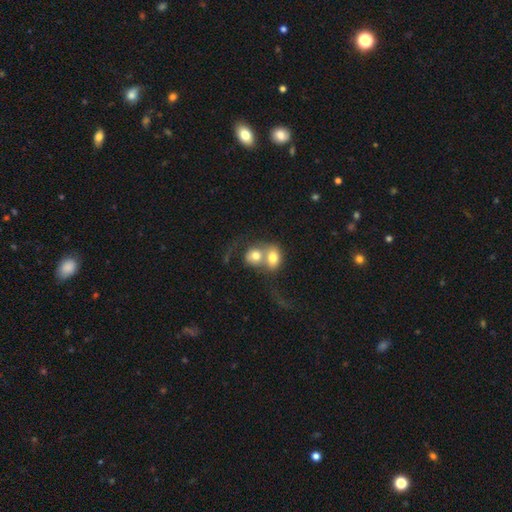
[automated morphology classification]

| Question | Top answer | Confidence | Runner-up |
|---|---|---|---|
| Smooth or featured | smooth | 65% | featured or disk (25%) |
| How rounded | round | 56% | in between (43%) |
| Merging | merger | 77% | none (11%) |